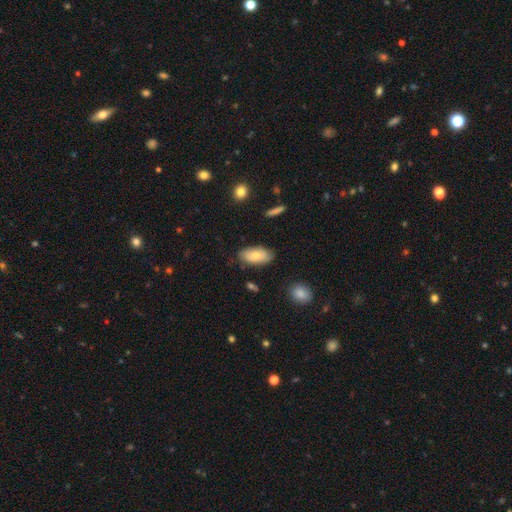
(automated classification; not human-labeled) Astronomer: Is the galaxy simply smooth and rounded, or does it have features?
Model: smooth — 79%.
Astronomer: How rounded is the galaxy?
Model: in between — 92%.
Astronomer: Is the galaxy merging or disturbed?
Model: none — 79%.